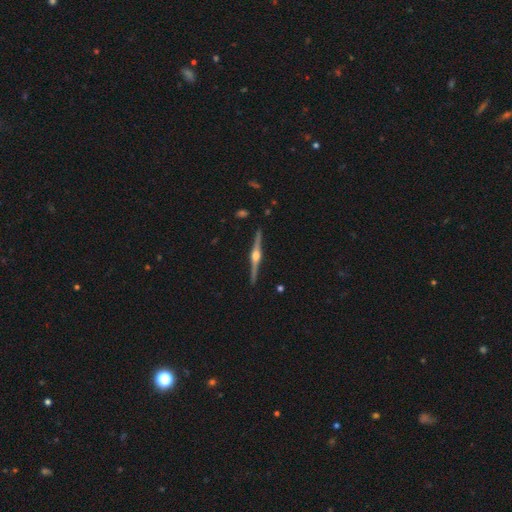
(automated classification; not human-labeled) Q: Smooth or featured?
A: featured or disk (88%); runner-up: smooth (8%)
Q: Edge-on disk?
A: yes (99%); runner-up: no (1%)
Q: Edge-on bulge?
A: rounded (95%); runner-up: boxy (3%)
Q: Merging?
A: none (92%); runner-up: minor disturbance (6%)